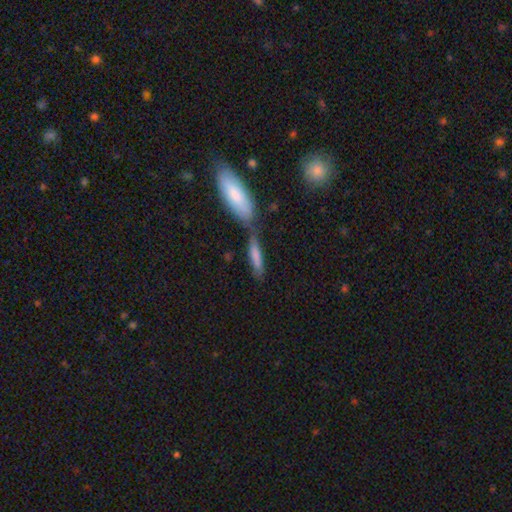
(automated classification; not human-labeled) This appears to be a smooth galaxy with no disk features (74%) that is cigar-shaped (72%). Merging: merger (41%).